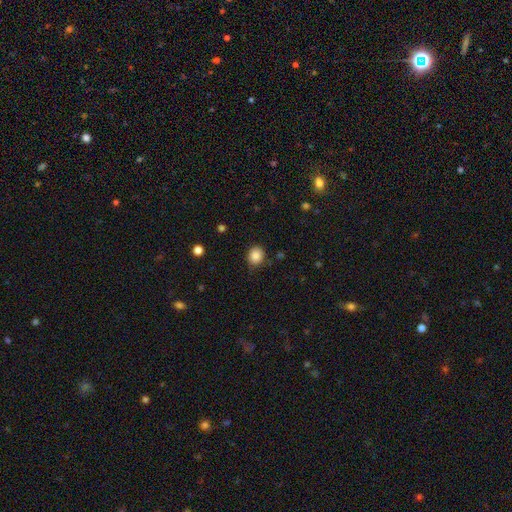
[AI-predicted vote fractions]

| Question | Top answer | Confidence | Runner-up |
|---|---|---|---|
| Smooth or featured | smooth | 86% | star or artifact (10%) |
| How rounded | round | 71% | in between (28%) |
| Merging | none | 78% | minor disturbance (17%) |